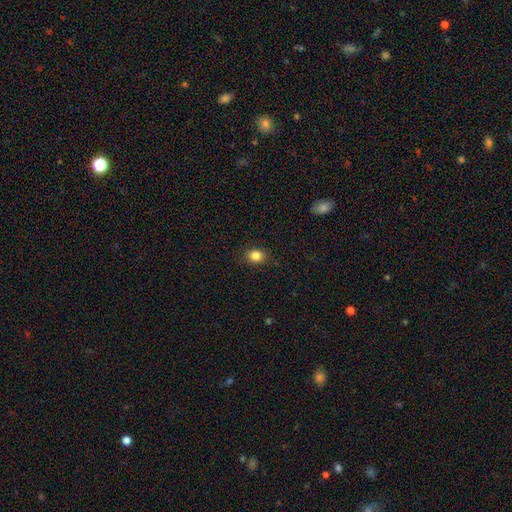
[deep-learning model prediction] A smooth galaxy with no disk features (84%) that is round (65%).

Vote fractions:
- Smooth or featured? smooth: 84% / star or artifact: 11% / featured or disk: 5%
- How rounded? round: 65% / in between: 34% / cigar-shaped: 1%
- Merging? none: 87% / minor disturbance: 9% / major disturbance: 2% / merger: 1%